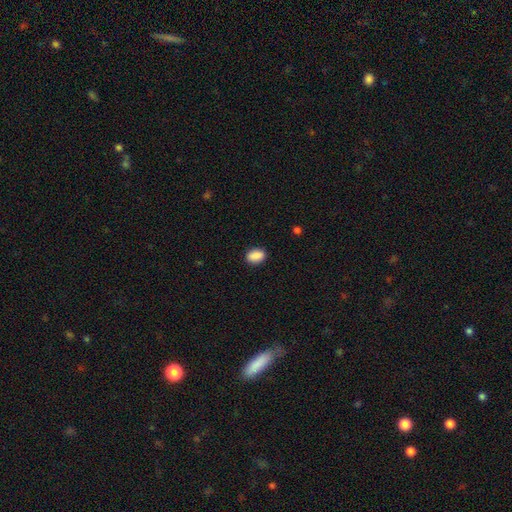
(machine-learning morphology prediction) Q: Smooth or featured?
A: smooth (90%); runner-up: star or artifact (7%)
Q: How rounded?
A: in between (84%); runner-up: round (14%)
Q: Merging?
A: none (89%); runner-up: minor disturbance (8%)